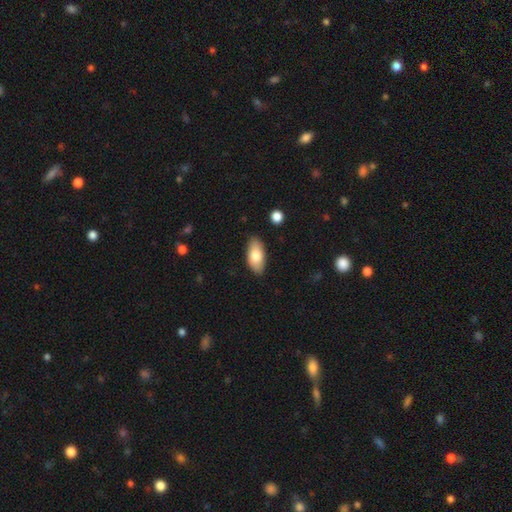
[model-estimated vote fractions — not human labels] A smooth galaxy with no disk features (77%) that is in between round and cigar-shaped (92%).

Vote fractions:
- Smooth or featured? smooth: 77% / featured or disk: 17% / star or artifact: 6%
- How rounded? in between: 92% / cigar-shaped: 5% / round: 3%
- Merging? none: 86% / minor disturbance: 11% / major disturbance: 2% / merger: 1%